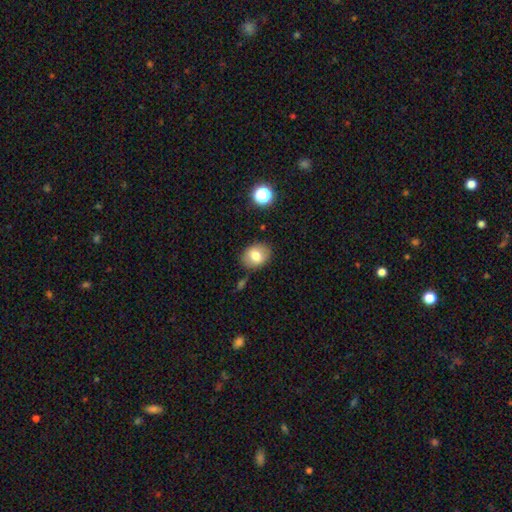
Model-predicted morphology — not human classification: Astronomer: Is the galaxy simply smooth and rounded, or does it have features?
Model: smooth — 76%.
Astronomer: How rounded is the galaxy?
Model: in between — 57% (runner-up: round, 42%).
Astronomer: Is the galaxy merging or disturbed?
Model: none — 79%.